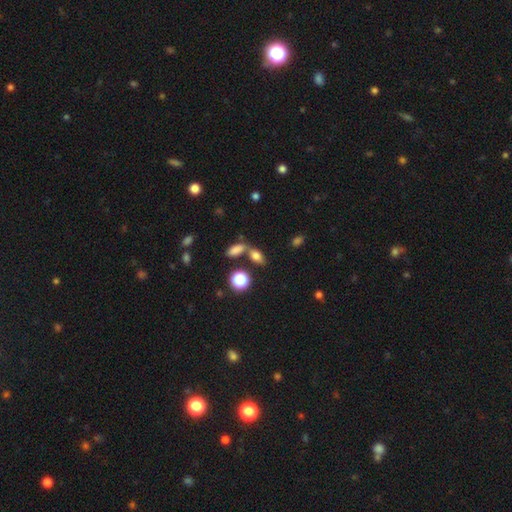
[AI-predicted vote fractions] Overall: smooth (74%). How rounded: in between (75%). Merging: none (56%; merger 26%).